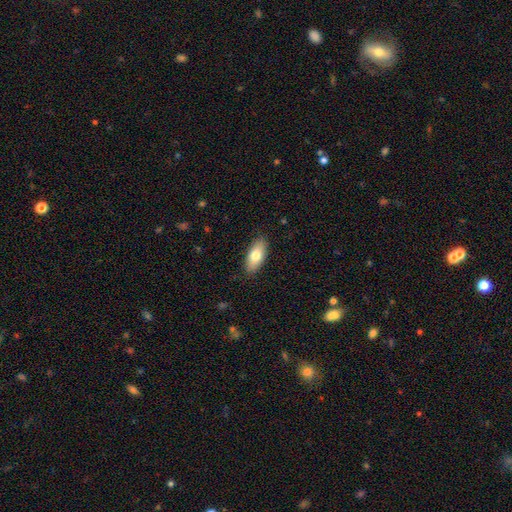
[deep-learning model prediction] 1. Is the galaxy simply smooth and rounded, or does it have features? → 76% smooth, 18% featured or disk, 6% star or artifact.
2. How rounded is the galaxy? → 85% in between, 12% cigar-shaped, 3% round.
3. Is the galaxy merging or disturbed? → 87% none, 10% minor disturbance, 2% major disturbance, 1% merger.